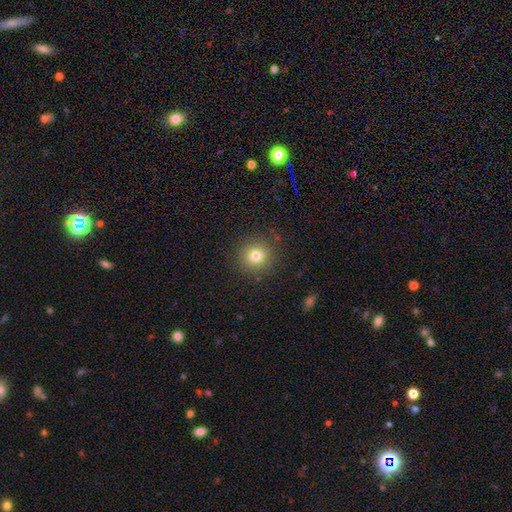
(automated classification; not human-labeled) A smooth galaxy with no disk features (78%) that is round (93%).

Vote fractions:
- Smooth or featured? smooth: 78% / star or artifact: 14% / featured or disk: 8%
- How rounded? round: 93% / in between: 6% / cigar-shaped: 1%
- Merging? none: 89% / minor disturbance: 7% / major disturbance: 3% / merger: 1%